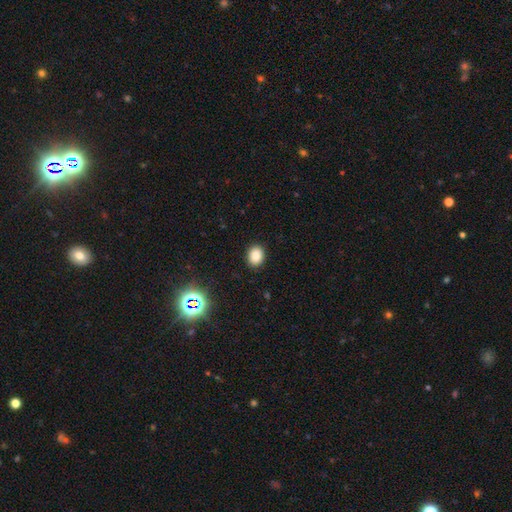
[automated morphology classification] type=smooth (85%); roundness=in between (60%); merging=none (90%).